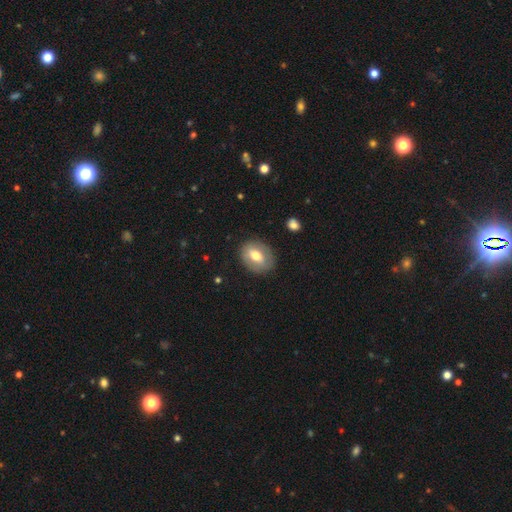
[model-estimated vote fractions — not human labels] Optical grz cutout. It shows a smooth galaxy with no disk features (59%) that is in between round and cigar-shaped (63%). Merging: none (83%).